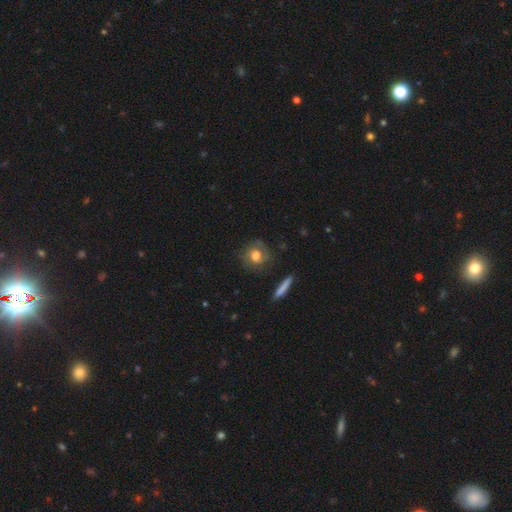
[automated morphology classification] A smooth galaxy with no disk features (51%) that is round (74%). Merging: none (72%).